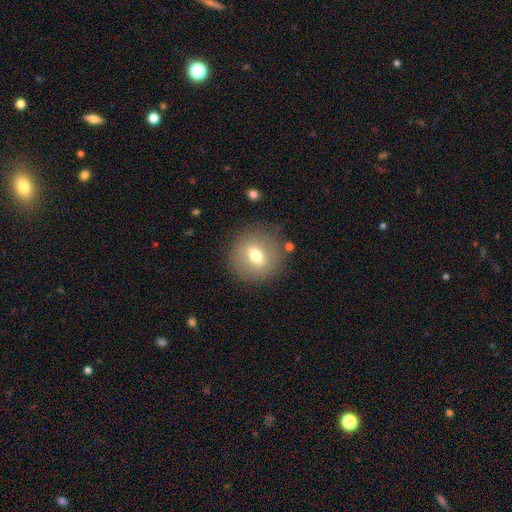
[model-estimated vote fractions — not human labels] A smooth galaxy with no disk features (61%) that is round (85%).

Vote fractions:
- Smooth or featured? smooth: 61% / featured or disk: 30% / star or artifact: 10%
- How rounded? round: 85% / in between: 13% / cigar-shaped: 1%
- Merging? none: 85% / minor disturbance: 9% / major disturbance: 4% / merger: 2%